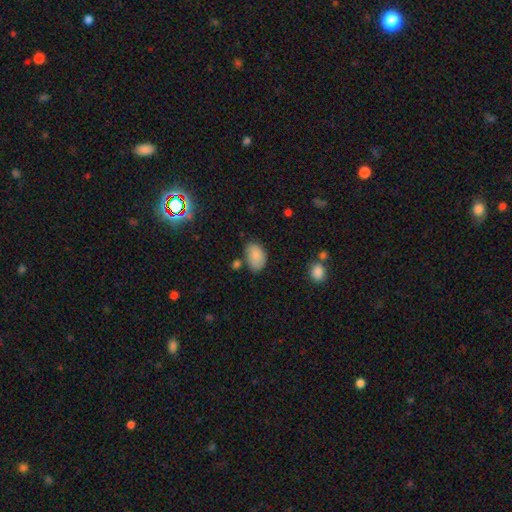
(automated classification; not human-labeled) Smooth or featured? Predicted: smooth (p=0.86). How rounded? Predicted: in between (p=0.90). Merging? Predicted: none (p=0.65).